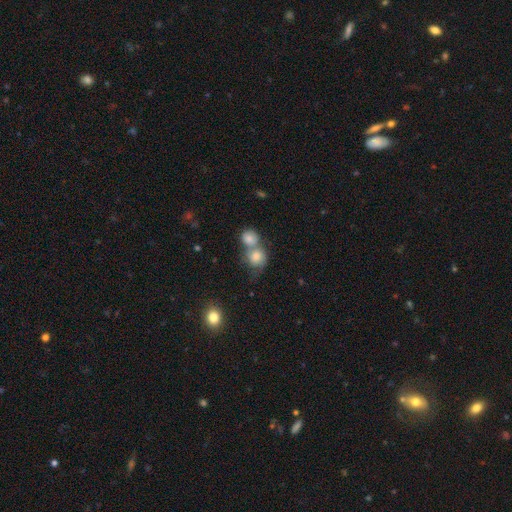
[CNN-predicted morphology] type=smooth (73%); roundness=round (78%); merging=merger (56%).